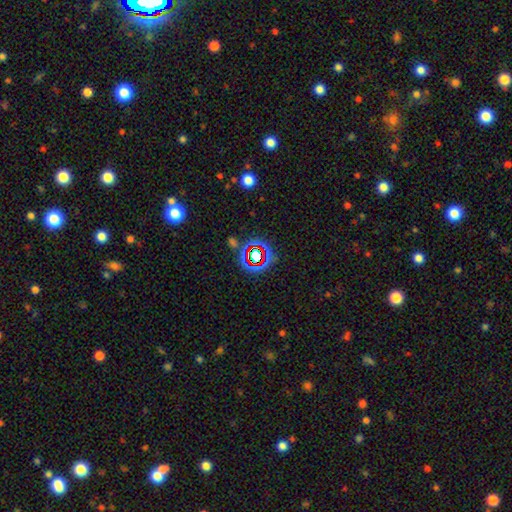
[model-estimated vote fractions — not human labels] This appears to be a star or artifact, not a galaxy (68%).